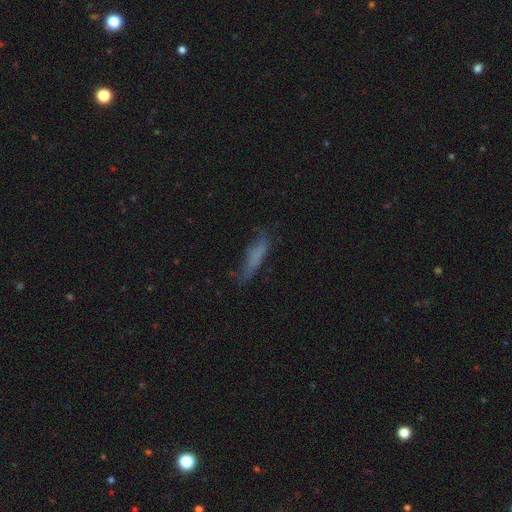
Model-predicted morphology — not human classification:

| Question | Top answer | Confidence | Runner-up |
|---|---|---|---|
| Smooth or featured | smooth | 64% | featured or disk (24%) |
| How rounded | cigar-shaped | 71% | in between (27%) |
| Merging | none | 53% | minor disturbance (29%) |